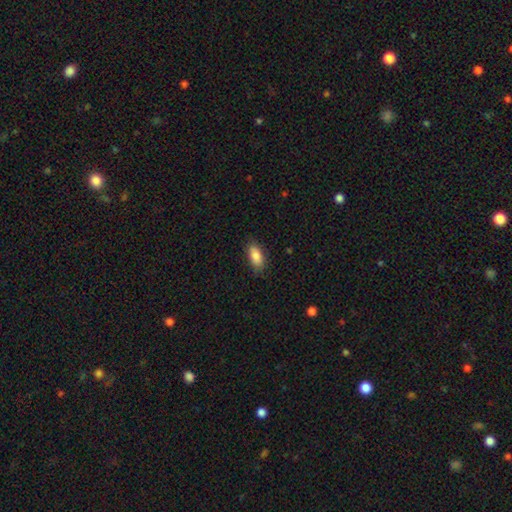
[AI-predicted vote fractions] Morphology: type=smooth (86%); roundness=in between (88%); merging=none (83%).